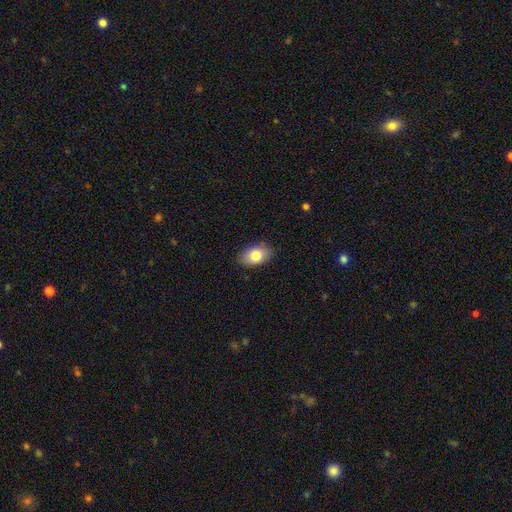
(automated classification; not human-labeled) A smooth galaxy with no disk features (82%) that is in between round and cigar-shaped (90%).

Vote fractions:
- Smooth or featured? smooth: 82% / featured or disk: 11% / star or artifact: 7%
- How rounded? in between: 90% / round: 9% / cigar-shaped: 2%
- Merging? none: 83% / minor disturbance: 13% / major disturbance: 3% / merger: 1%